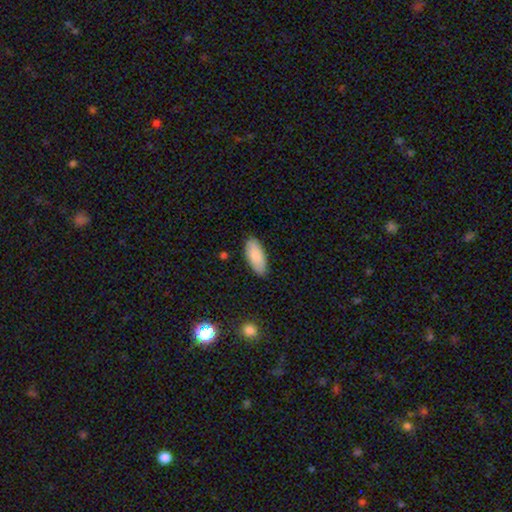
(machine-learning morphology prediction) This is clearly a smooth galaxy (85%). How rounded: clearly in between (87%). Merging: clearly none (86%).